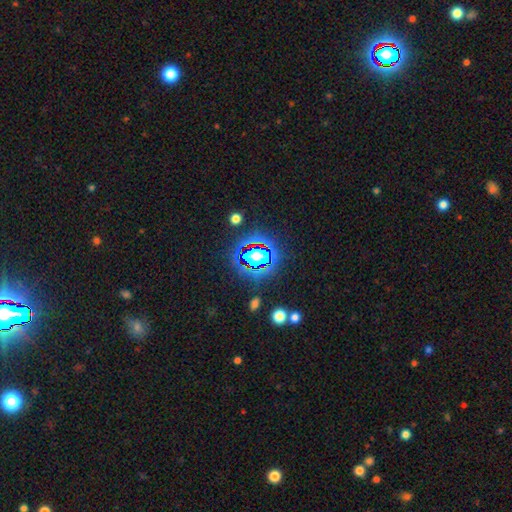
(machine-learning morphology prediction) smooth-or-featured: star or artifact: 63% | smooth: 25% | featured or disk: 12%